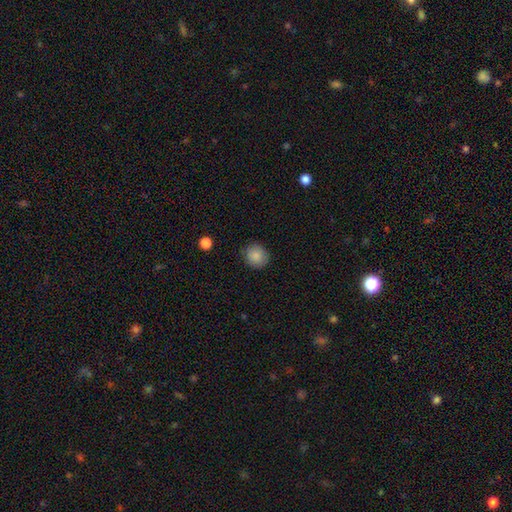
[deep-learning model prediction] smooth-or-featured: smooth: 87% | star or artifact: 8% | featured or disk: 5%
  how-rounded: round: 87% | in between: 12% | cigar-shaped: 1%
  merging: none: 87% | minor disturbance: 10% | major disturbance: 2% | merger: 1%